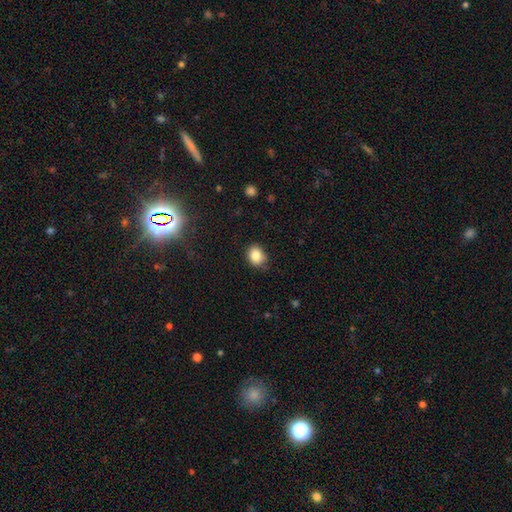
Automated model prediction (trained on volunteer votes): Smooth or featured? Predicted: smooth (p=0.84). How rounded? Predicted: round (p=0.55). Merging? Predicted: none (p=0.79).